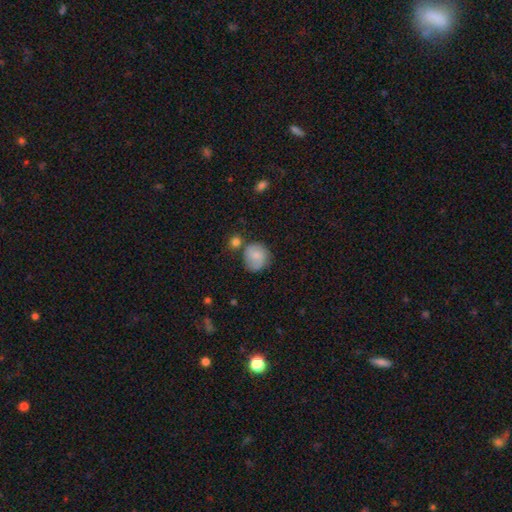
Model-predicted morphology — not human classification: Q: Smooth or featured?
A: smooth (68%); runner-up: featured or disk (24%)
Q: How rounded?
A: round (81%); runner-up: in between (18%)
Q: Merging?
A: none (56%); runner-up: minor disturbance (23%)